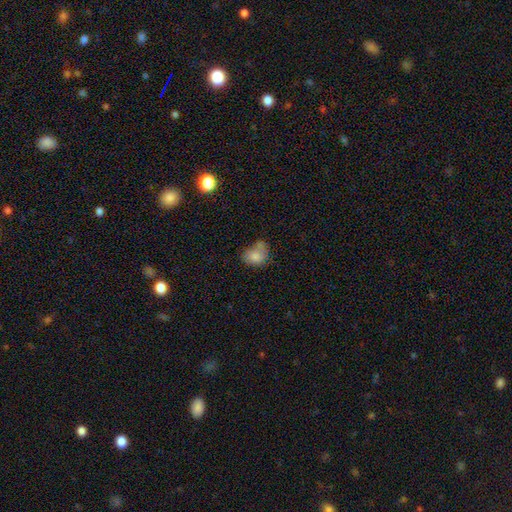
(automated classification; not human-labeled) This appears to be a smooth galaxy with no disk features (79%) that is in between round and cigar-shaped (55%). Merging: none (41%).